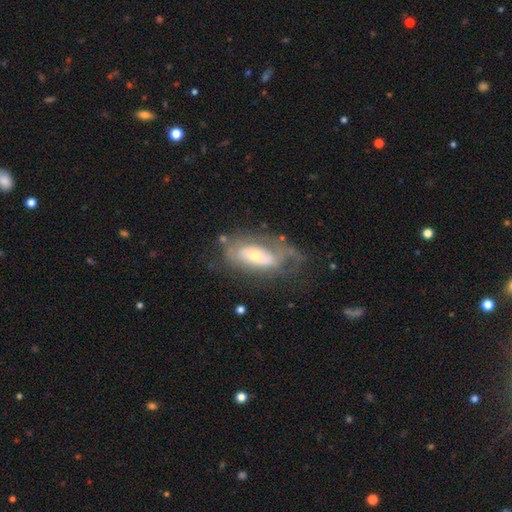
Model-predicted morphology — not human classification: A featured or disk galaxy (66%) with no bar (68%), spiral arms (58%) and a moderate central bulge (50%). Merging: none (45%).